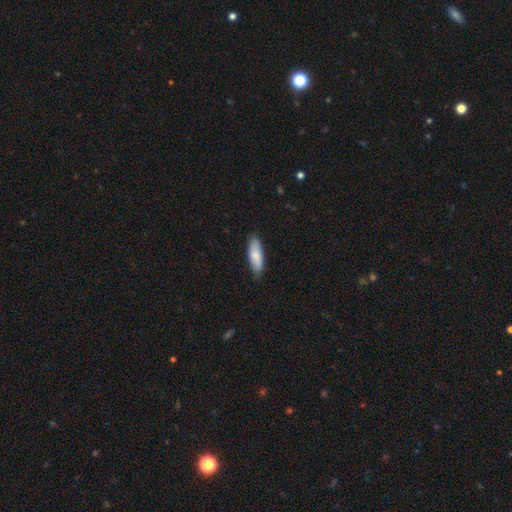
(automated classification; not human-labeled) smooth 82%, featured or disk 13%, star or artifact 5%. Down the decision tree: how rounded — in between (57%); merging — none (84%).